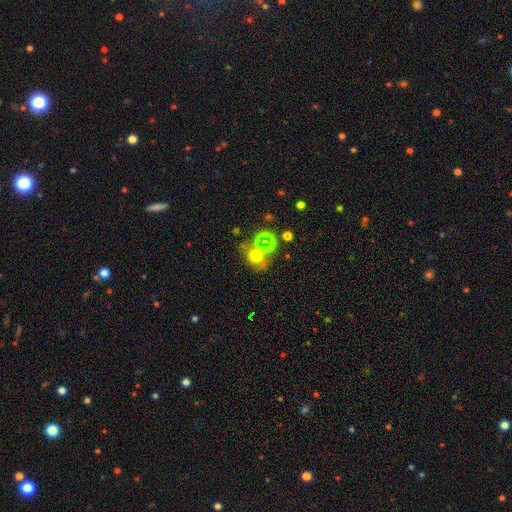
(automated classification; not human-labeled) This appears to be a smooth galaxy with no disk features (55%) that is round (68%). Merging: none (49%).